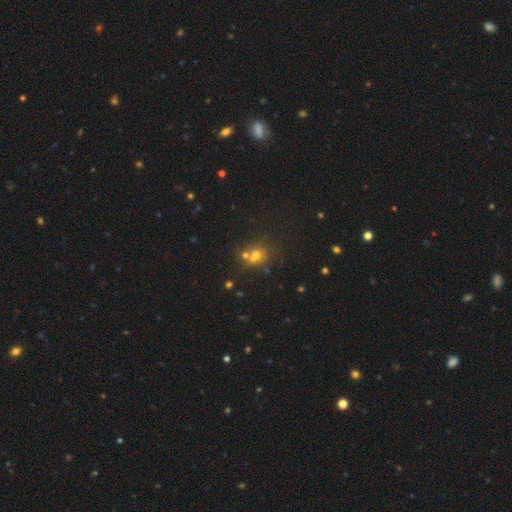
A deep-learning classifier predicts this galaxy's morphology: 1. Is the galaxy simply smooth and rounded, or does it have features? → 57% smooth, 28% star or artifact, 16% featured or disk.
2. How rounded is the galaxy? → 75% round, 24% in between, 1% cigar-shaped.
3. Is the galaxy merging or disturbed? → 48% none, 38% merger, 9% minor disturbance, 5% major disturbance.